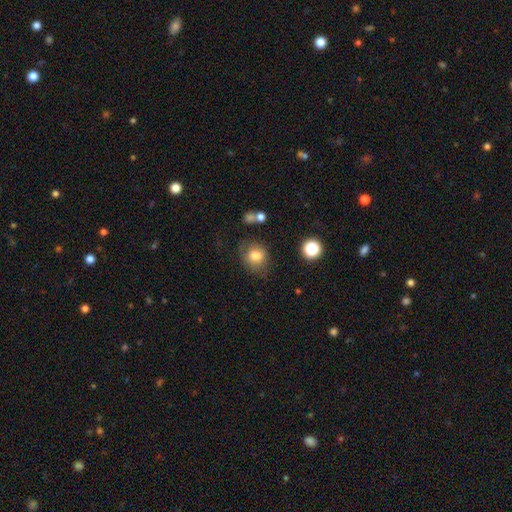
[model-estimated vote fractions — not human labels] A smooth galaxy with no disk features (79%) that is round (71%).

Vote fractions:
- Smooth or featured? smooth: 79% / star or artifact: 11% / featured or disk: 10%
- How rounded? round: 71% / in between: 28% / cigar-shaped: 1%
- Merging? none: 70% / minor disturbance: 20% / major disturbance: 7% / merger: 4%